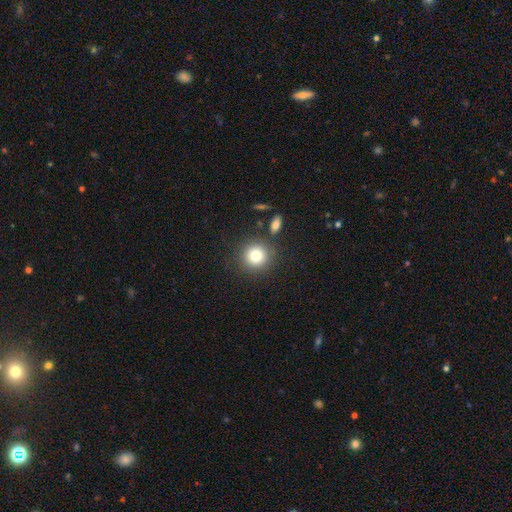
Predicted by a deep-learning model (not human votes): This appears to be a smooth galaxy with no disk features (79%) that is round (92%). Merging: none (82%).